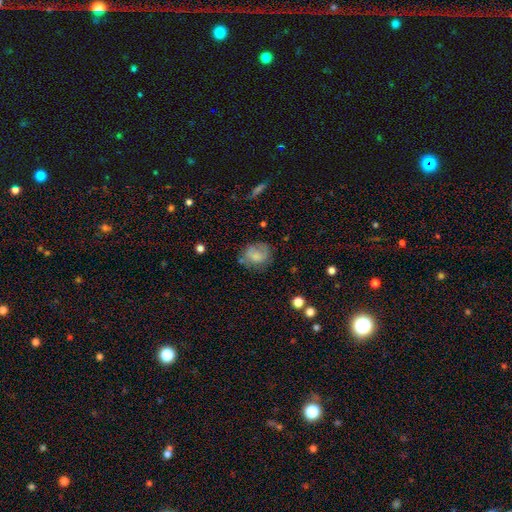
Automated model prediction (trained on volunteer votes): Smooth or featured? smooth (69%)
How rounded? round (61%)
Merging? none (54%)